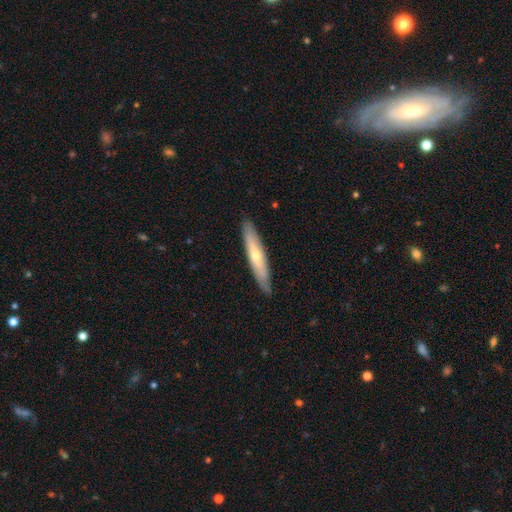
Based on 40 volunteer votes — This is possibly a featured or disk galaxy (55%). It is clearly viewed edge-on (86%). Edge-on bulge: likely rounded (79%). Merging: clearly none (89%).